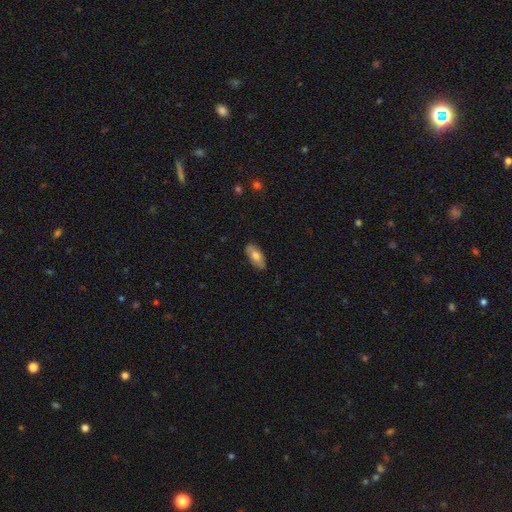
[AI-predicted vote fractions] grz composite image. It shows a smooth galaxy with no disk features (69%) that is in between round and cigar-shaped (91%). Merging: none (82%).